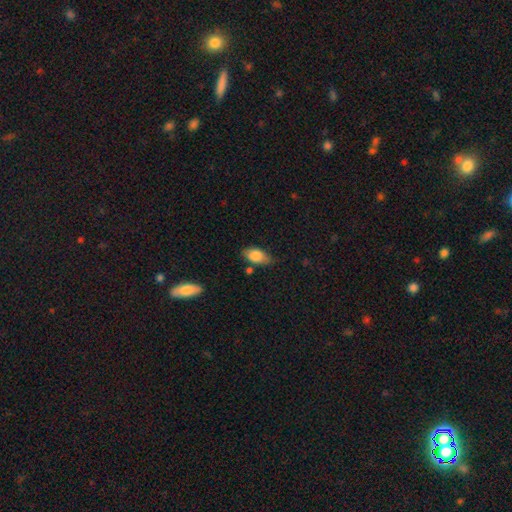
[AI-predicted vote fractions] A smooth galaxy with no disk features (80%) that is in between round and cigar-shaped (90%).

Vote fractions:
- Smooth or featured? smooth: 80% / featured or disk: 13% / star or artifact: 7%
- How rounded? in between: 90% / round: 5% / cigar-shaped: 5%
- Merging? none: 69% / minor disturbance: 23% / merger: 4% / major disturbance: 4%